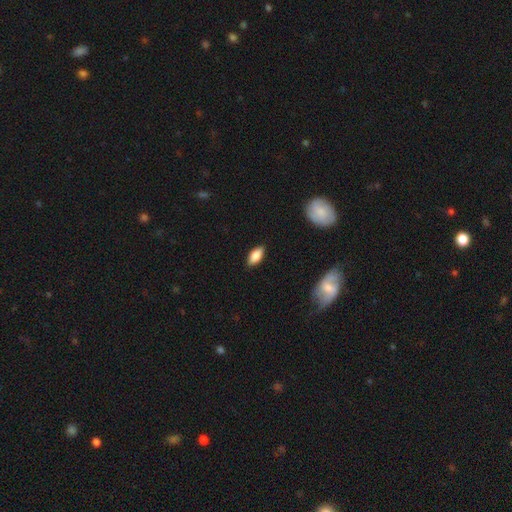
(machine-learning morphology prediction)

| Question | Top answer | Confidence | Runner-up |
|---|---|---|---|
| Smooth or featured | smooth | 83% | featured or disk (10%) |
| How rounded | in between | 89% | cigar-shaped (9%) |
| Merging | none | 86% | minor disturbance (11%) |